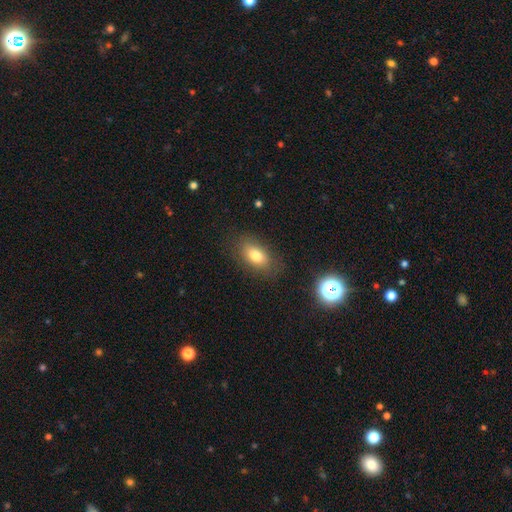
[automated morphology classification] Smooth or featured? smooth (79%)
How rounded? in between (88%)
Merging? none (81%)